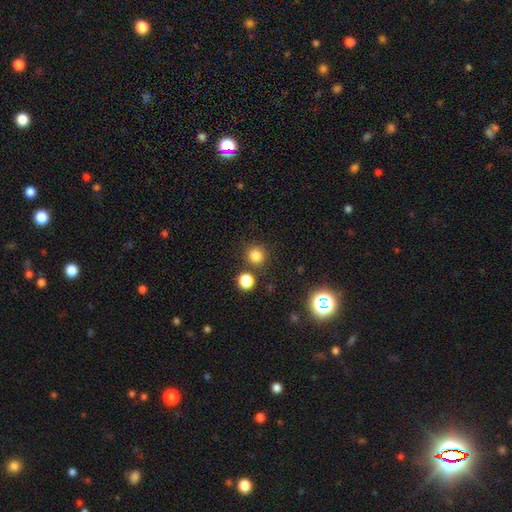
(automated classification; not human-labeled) A smooth galaxy with no disk features (81%) that is round (92%).

Vote fractions:
- Smooth or featured? smooth: 81% / star or artifact: 14% / featured or disk: 5%
- How rounded? round: 92% / in between: 7% / cigar-shaped: 1%
- Merging? none: 82% / merger: 8% / minor disturbance: 7% / major disturbance: 3%